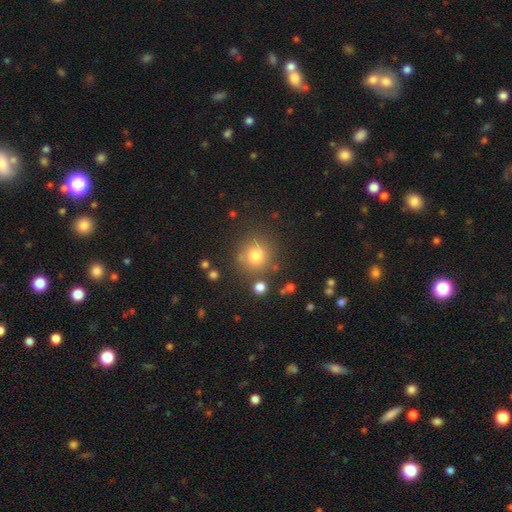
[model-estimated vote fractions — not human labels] smooth 78%, star or artifact 14%, featured or disk 8%. Down the decision tree: how rounded — round (92%); merging — none (80%).